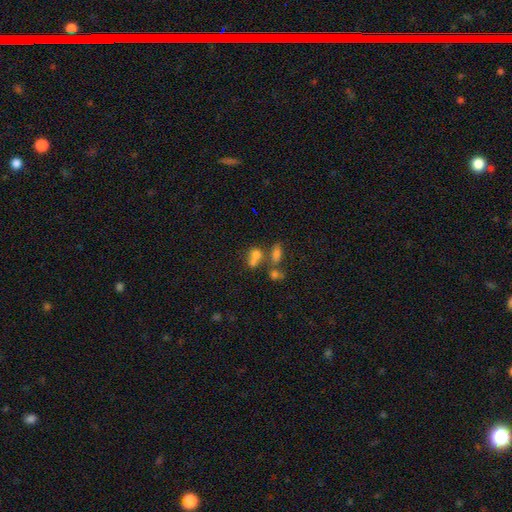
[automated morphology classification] The model was most divided on "how rounded": in between: 52%, round: 44%, cigar-shaped: 3%. Remaining: smooth or featured — smooth (66%); merging — merger (50%).